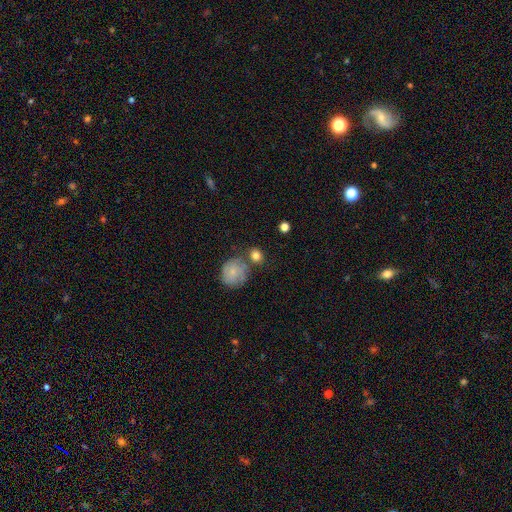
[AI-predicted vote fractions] Smooth or featured: smooth — 76% (featured or disk — 15%)
How rounded: round — 76% (in between — 23%)
Merging: none — 62% (merger — 19%)